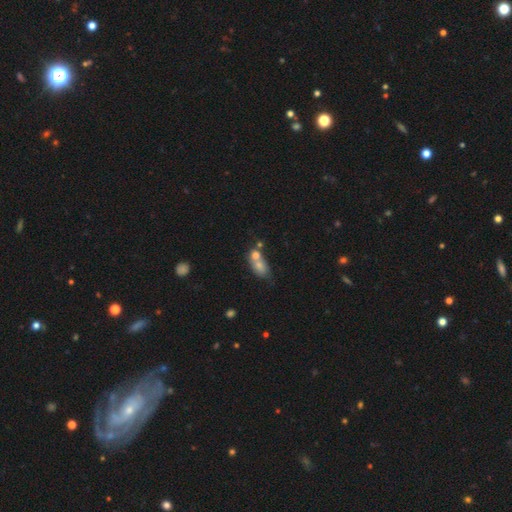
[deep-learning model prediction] smooth 68%, featured or disk 21%, star or artifact 12%. Down the decision tree: how rounded — in between (62%); merging — merger (57%).